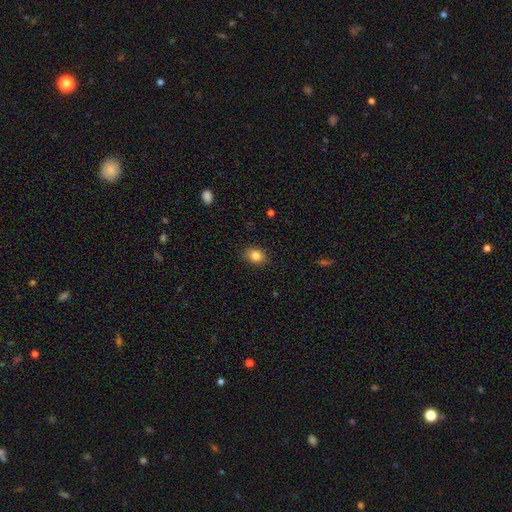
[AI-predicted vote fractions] The model was most divided on "how rounded": in between: 58%, round: 41%, cigar-shaped: 1%. More confident: merging — none (85%); smooth or featured — smooth (84%).